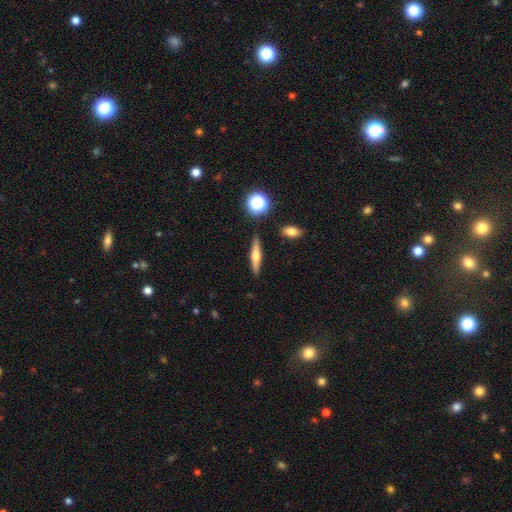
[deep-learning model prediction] Q: Smooth or featured?
A: featured or disk (49%); runner-up: smooth (42%)
Q: Merging?
A: none (88%); runner-up: minor disturbance (8%)